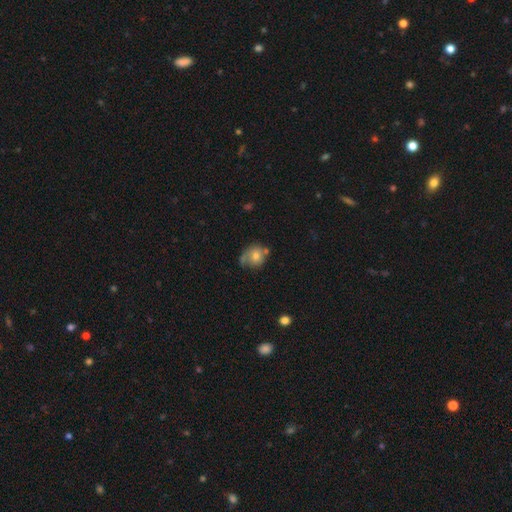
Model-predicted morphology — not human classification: Smooth or featured? Predicted: smooth (p=0.62). How rounded? Predicted: round (p=0.69). Merging? Predicted: none (p=0.45).